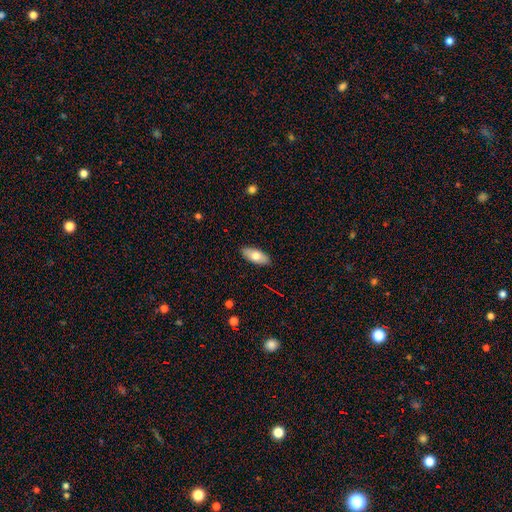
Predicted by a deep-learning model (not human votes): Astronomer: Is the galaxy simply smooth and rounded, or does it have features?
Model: smooth — 73%.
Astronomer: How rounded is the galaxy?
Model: in between — 88%.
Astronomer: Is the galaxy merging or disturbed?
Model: none — 89%.